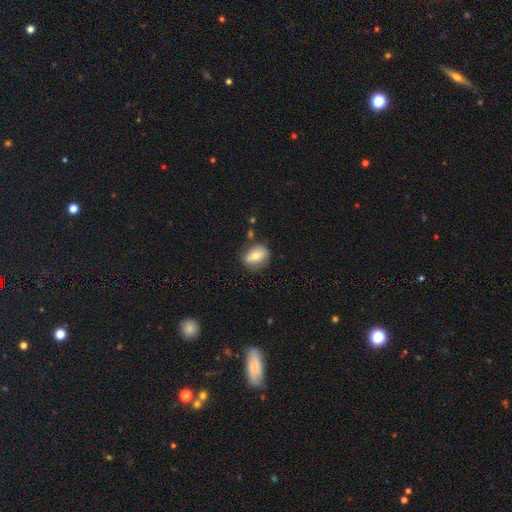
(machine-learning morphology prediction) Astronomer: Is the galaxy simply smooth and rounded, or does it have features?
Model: smooth — 65%.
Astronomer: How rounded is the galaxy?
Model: in between — 68%.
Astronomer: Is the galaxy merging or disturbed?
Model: none — 71%.